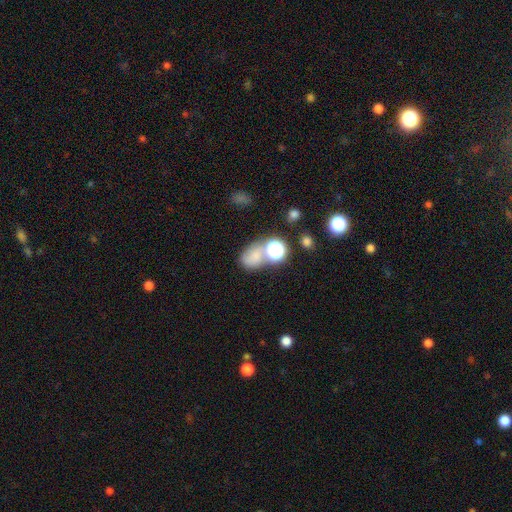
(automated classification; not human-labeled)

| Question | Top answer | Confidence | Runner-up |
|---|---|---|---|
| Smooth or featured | smooth | 65% | star or artifact (22%) |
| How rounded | in between | 57% | round (41%) |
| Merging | none | 41% | merger (34%) |